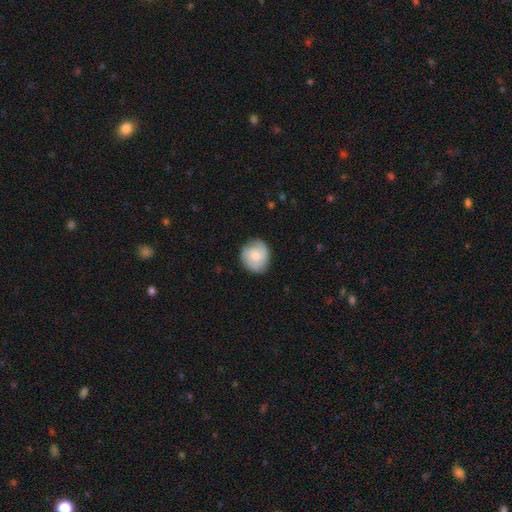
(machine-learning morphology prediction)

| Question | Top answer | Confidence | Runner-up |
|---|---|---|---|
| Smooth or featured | smooth | 65% | featured or disk (28%) |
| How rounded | round | 78% | in between (21%) |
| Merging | none | 80% | minor disturbance (15%) |